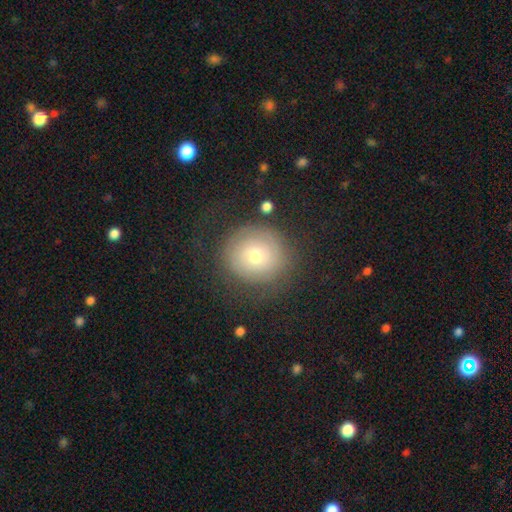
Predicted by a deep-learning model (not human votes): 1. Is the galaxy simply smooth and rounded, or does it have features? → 54% smooth, 35% featured or disk, 11% star or artifact.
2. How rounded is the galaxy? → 87% round, 12% in between, 1% cigar-shaped.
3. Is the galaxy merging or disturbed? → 74% none, 14% minor disturbance, 10% major disturbance, 2% merger.